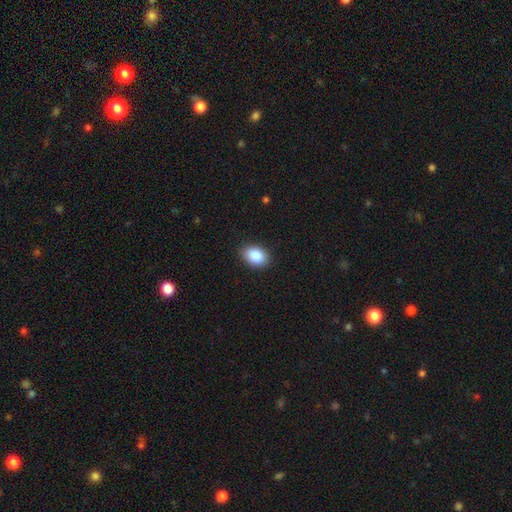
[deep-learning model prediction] A smooth galaxy with no disk features (88%) that is in between round and cigar-shaped (83%). Merging: none (88%).